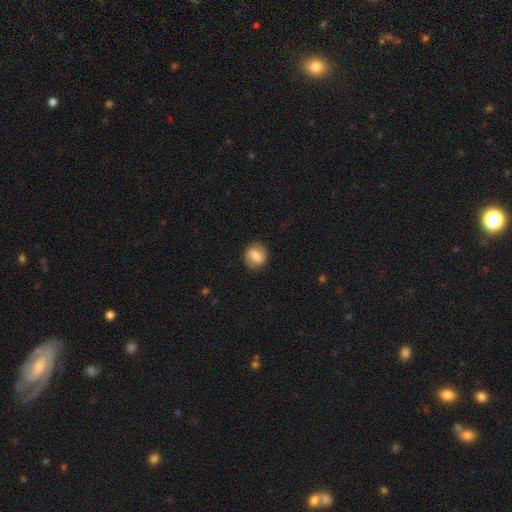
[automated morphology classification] type=featured or disk (50%); edge-on=no (97%); merging=none (85%).